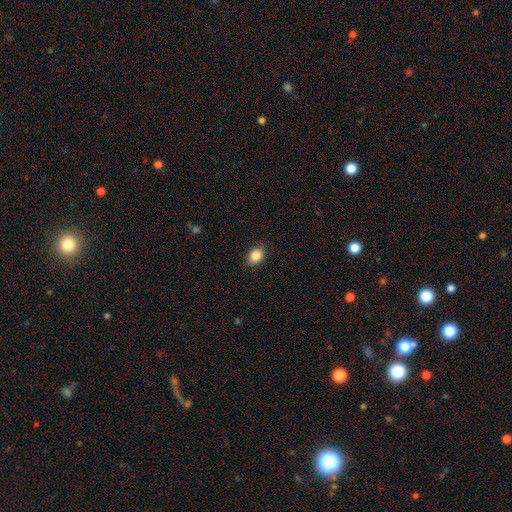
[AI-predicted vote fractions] smooth 86%, star or artifact 9%, featured or disk 5%. Down the decision tree: how rounded — in between (60%); merging — none (87%).